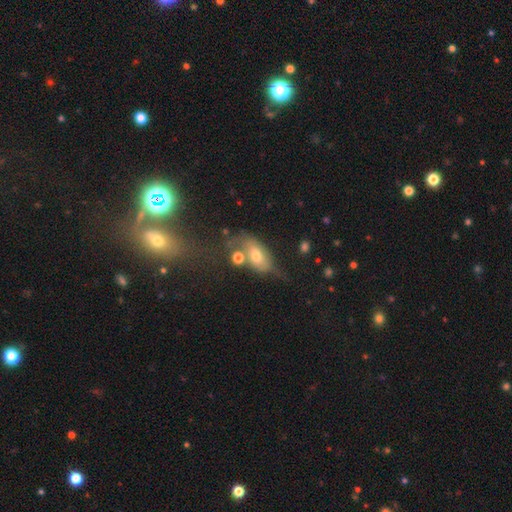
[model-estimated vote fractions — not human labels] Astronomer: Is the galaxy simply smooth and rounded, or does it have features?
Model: smooth — 60%.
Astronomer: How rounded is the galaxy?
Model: in between — 85%.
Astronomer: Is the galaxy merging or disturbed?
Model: none — 34% (runner-up: merger, 24%).